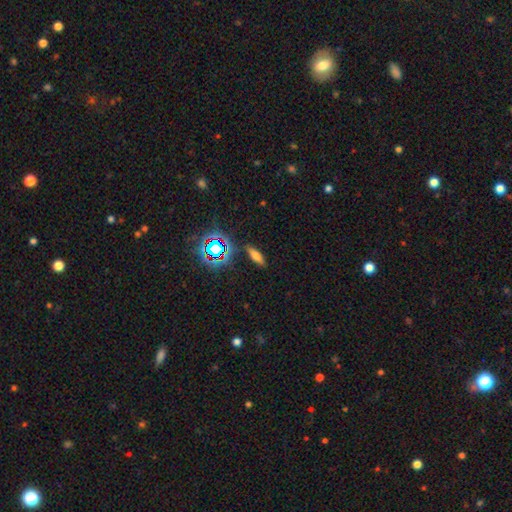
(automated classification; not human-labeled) smooth_or_featured: smooth (p=0.59) [alt: star or artifact p=0.21]
how_rounded: in between (p=0.48) [alt: cigar-shaped p=0.47]
merging: none (p=0.84) [alt: minor disturbance p=0.10]